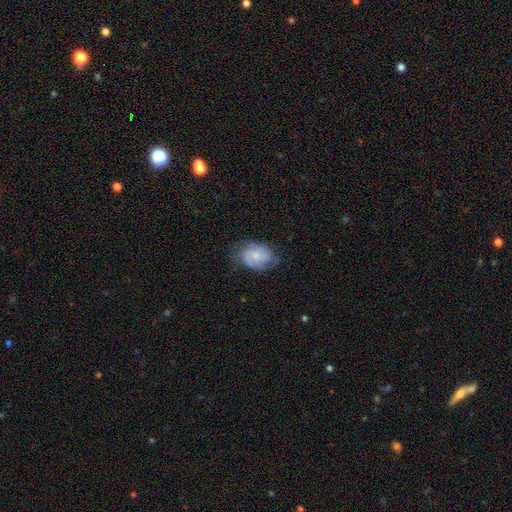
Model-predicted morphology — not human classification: featured or disk 54%, smooth 38%, star or artifact 7%. Down the decision tree: edge-on disk — no (97%); bar — no (65%); spiral arms — yes (86%); bulge size — small (52%); merging — none (62%).